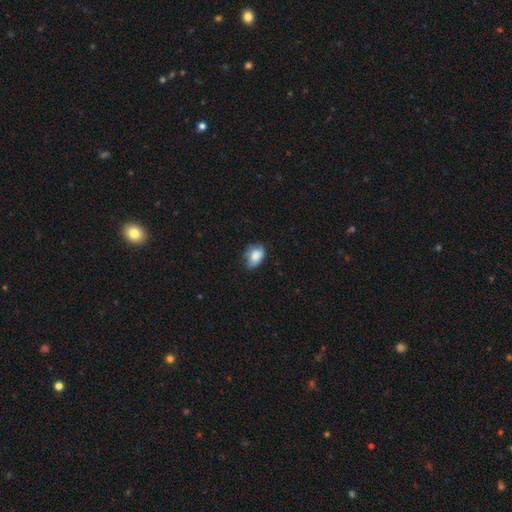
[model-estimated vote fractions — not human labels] A smooth galaxy with no disk features (80%) that is in between round and cigar-shaped (85%).

Vote fractions:
- Smooth or featured? smooth: 80% / featured or disk: 12% / star or artifact: 8%
- How rounded? in between: 85% / round: 14% / cigar-shaped: 2%
- Merging? none: 53% / minor disturbance: 35% / major disturbance: 9% / merger: 2%